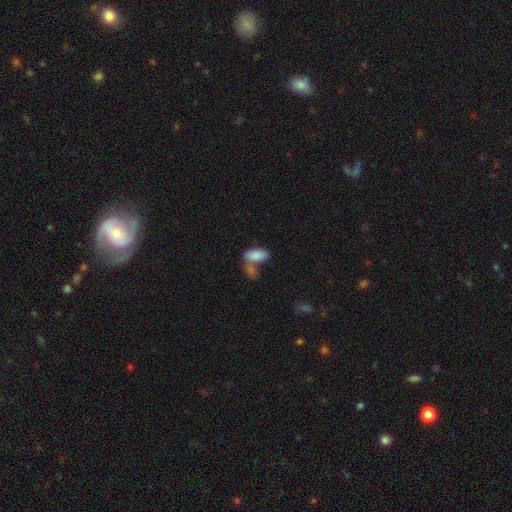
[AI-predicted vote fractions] Morphology: type=smooth (85%); roundness=in between (93%); merging=merger (44%).